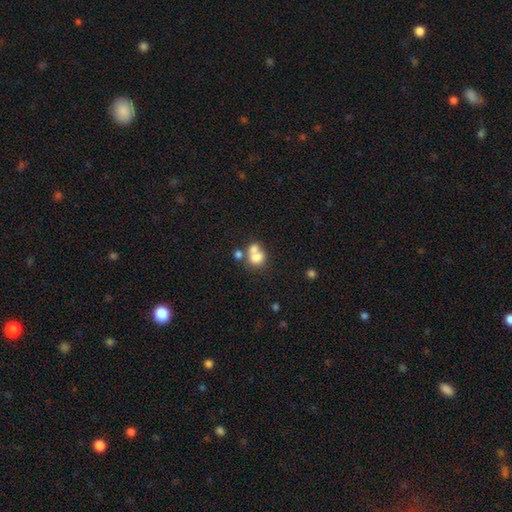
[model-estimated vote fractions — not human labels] smooth-or-featured: smooth: 68% | featured or disk: 21% | star or artifact: 12%
  how-rounded: round: 51% | in between: 48% | cigar-shaped: 1%
  merging: merger: 61% | none: 25% | minor disturbance: 8% | major disturbance: 7%